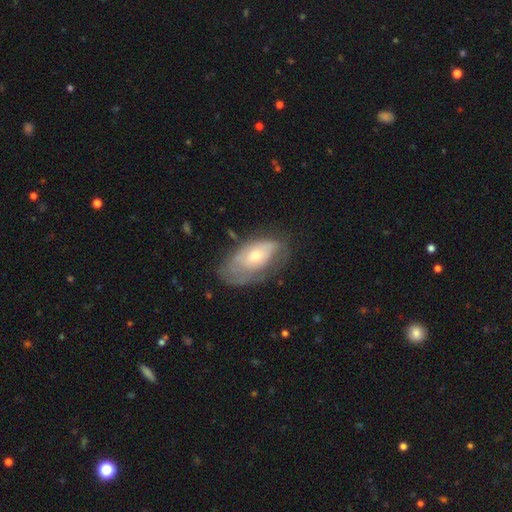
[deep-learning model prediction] Smooth or featured? Predicted: featured or disk (p=0.53). Edge-on disk? Predicted: no (p=0.89). Merging? Predicted: none (p=0.54).